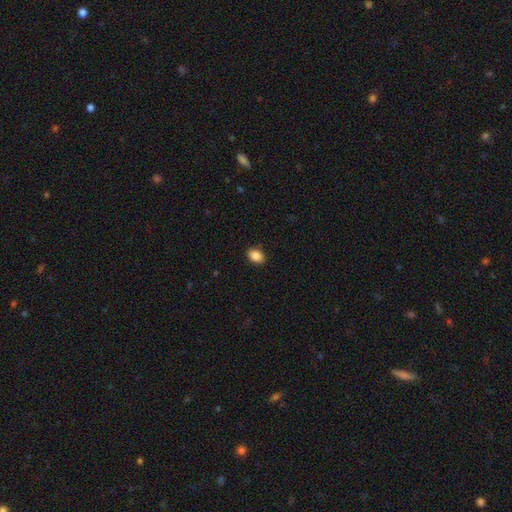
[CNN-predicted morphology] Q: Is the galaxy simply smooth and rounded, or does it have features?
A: smooth — 88%.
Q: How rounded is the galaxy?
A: in between — 76%.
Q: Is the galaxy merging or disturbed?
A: none — 88%.